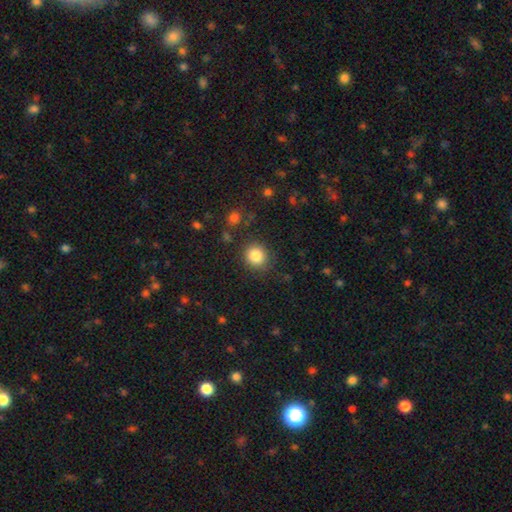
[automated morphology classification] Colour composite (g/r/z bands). It shows a smooth galaxy with no disk features (84%) that is round (86%). Merging: none (86%).